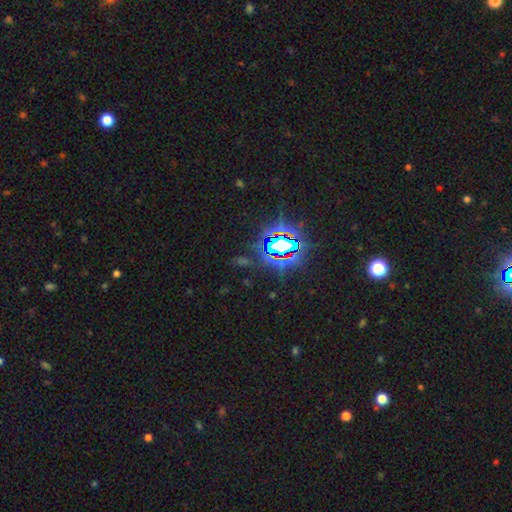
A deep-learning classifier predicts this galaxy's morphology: The model was most divided on "smooth or featured": star or artifact: 84%, smooth: 10%, featured or disk: 7%.